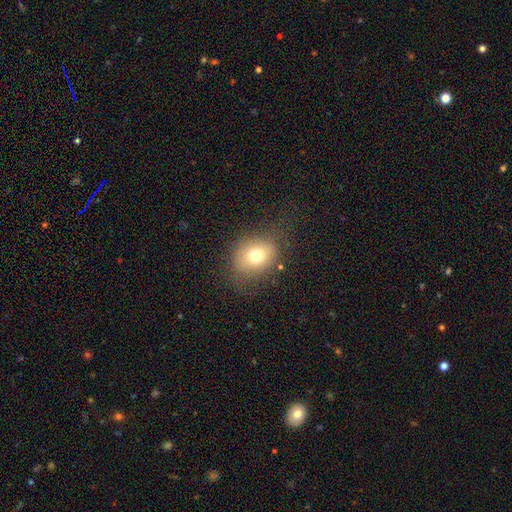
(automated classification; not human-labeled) Morphology: type=smooth (72%); roundness=round (54%); merging=none (73%).